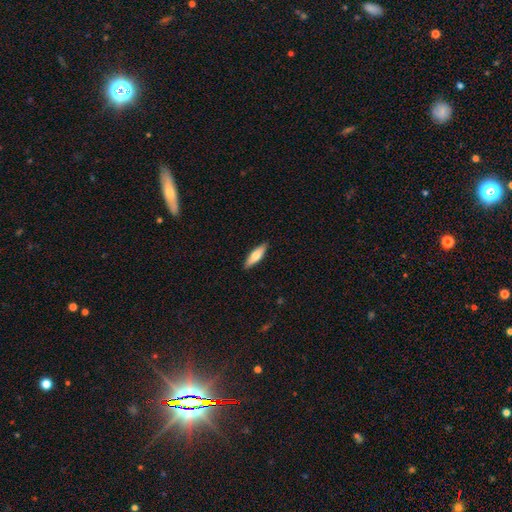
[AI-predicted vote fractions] Smooth or featured?
  - smooth: 64% *
  - featured or disk: 30%
  - star or artifact: 6%
How rounded?
  - cigar-shaped: 61% *
  - in between: 37%
  - round: 2%
Merging?
  - none: 90% *
  - minor disturbance: 8%
  - major disturbance: 2%
  - merger: 1%